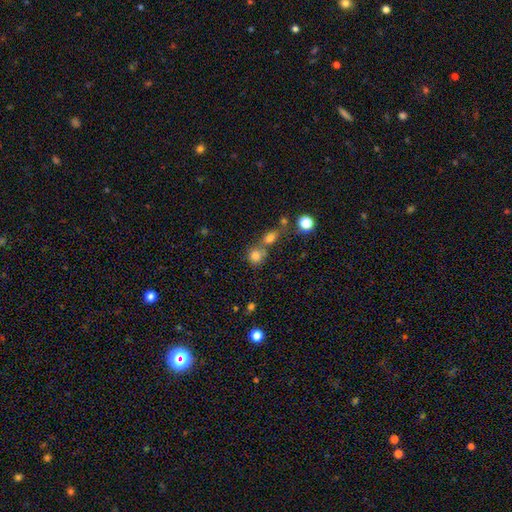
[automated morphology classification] Smooth or featured?
  - smooth: 78% *
  - star or artifact: 14%
  - featured or disk: 8%
How rounded?
  - round: 80% *
  - in between: 19%
  - cigar-shaped: 1%
Merging?
  - none: 48% *
  - merger: 38%
  - minor disturbance: 9%
  - major disturbance: 5%